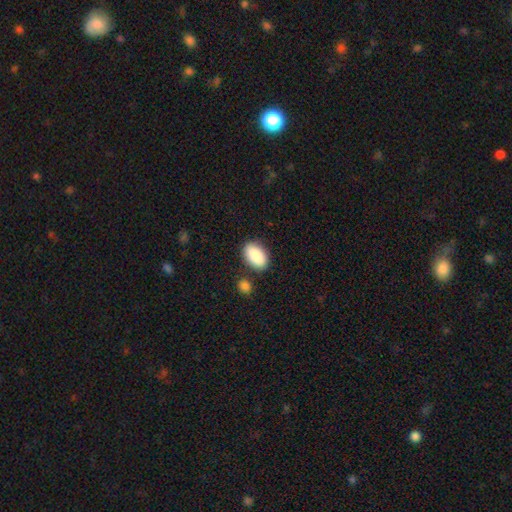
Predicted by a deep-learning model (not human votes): Morphology: type=smooth (89%); roundness=in between (92%); merging=none (79%).